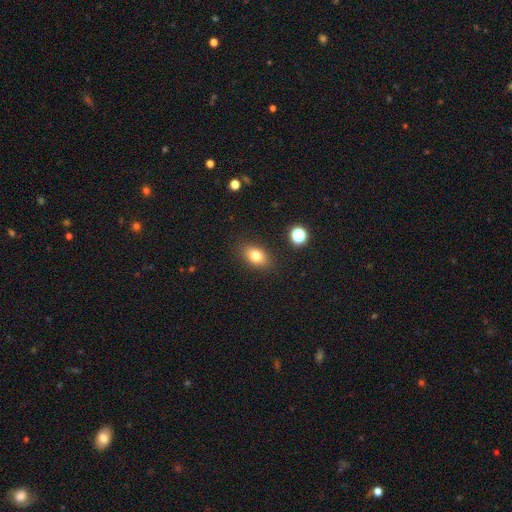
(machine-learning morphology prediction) This appears to be a smooth galaxy with no disk features (78%) that is in between round and cigar-shaped (78%). Merging: none (86%).